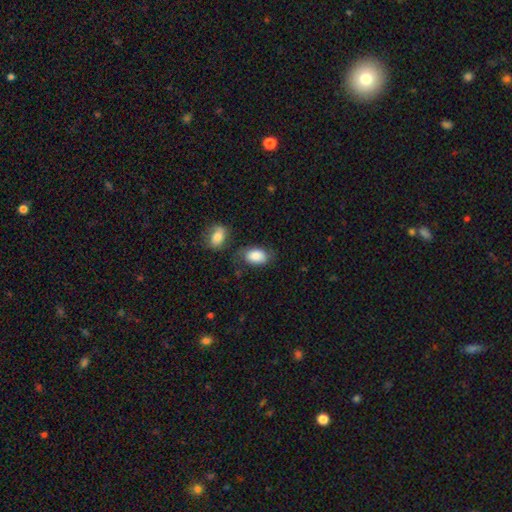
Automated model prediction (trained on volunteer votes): Q: Smooth or featured?
A: smooth (86%); runner-up: featured or disk (7%)
Q: How rounded?
A: in between (90%); runner-up: round (9%)
Q: Merging?
A: none (59%); runner-up: minor disturbance (22%)